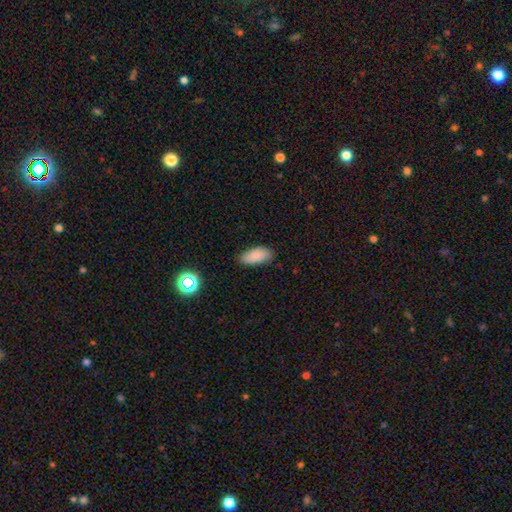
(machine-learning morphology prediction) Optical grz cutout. It shows a smooth galaxy with no disk features (86%) that is in between round and cigar-shaped (89%). Merging: none (81%).